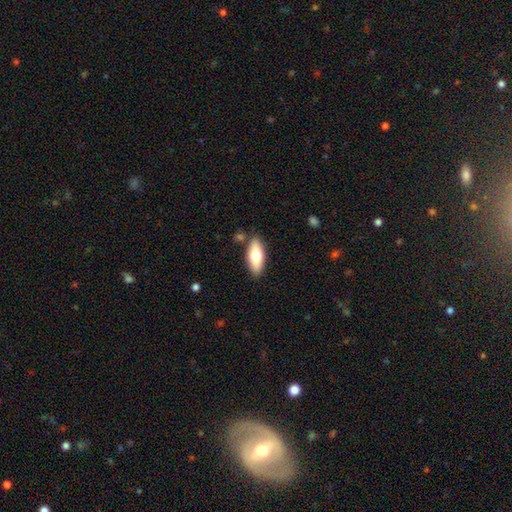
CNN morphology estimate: Smooth or featured? Predicted: smooth (p=0.70). How rounded? Predicted: in between (p=0.75). Merging? Predicted: none (p=0.84).